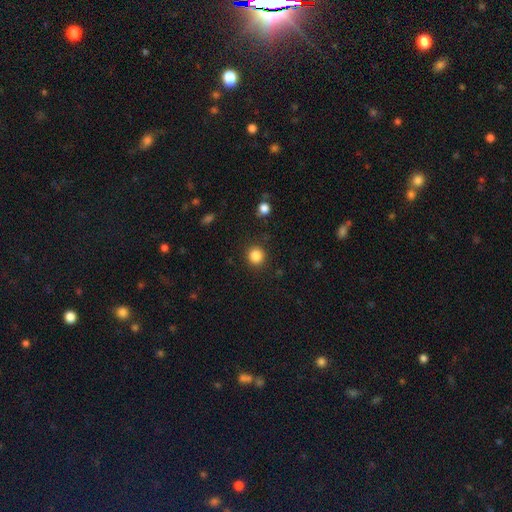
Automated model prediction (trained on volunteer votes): Overall: smooth (85%). How rounded: round (91%). Merging: none (89%).